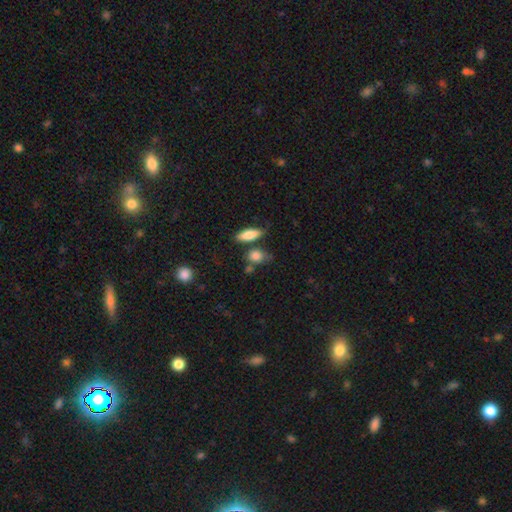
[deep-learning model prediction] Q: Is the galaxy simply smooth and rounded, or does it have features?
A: smooth — 84%.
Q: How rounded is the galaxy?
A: in between — 51%.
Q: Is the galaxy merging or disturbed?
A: none — 61%.